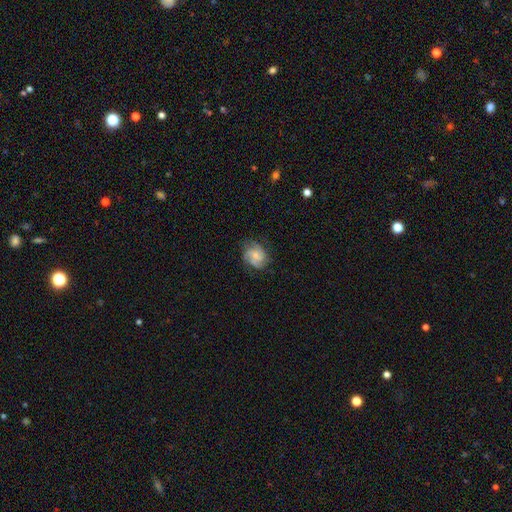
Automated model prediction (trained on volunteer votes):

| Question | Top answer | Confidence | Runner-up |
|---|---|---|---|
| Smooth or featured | featured or disk | 71% | smooth (21%) |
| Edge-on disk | no | 98% | yes (2%) |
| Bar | no | 68% | weak (28%) |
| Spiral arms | yes | 94% | no (6%) |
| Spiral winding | medium | 44% | tight (43%) |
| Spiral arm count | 3 | 49% | can't tell (15%) |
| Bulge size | small | 56% | moderate (34%) |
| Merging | none | 73% | minor disturbance (19%) |